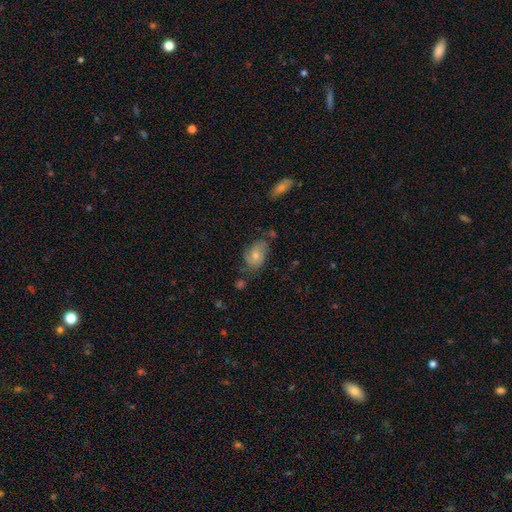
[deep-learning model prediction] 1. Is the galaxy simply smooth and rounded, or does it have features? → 50% smooth, 41% featured or disk, 9% star or artifact.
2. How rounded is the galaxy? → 77% in between, 21% round, 2% cigar-shaped.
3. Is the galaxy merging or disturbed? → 46% none, 33% minor disturbance, 15% major disturbance, 5% merger.